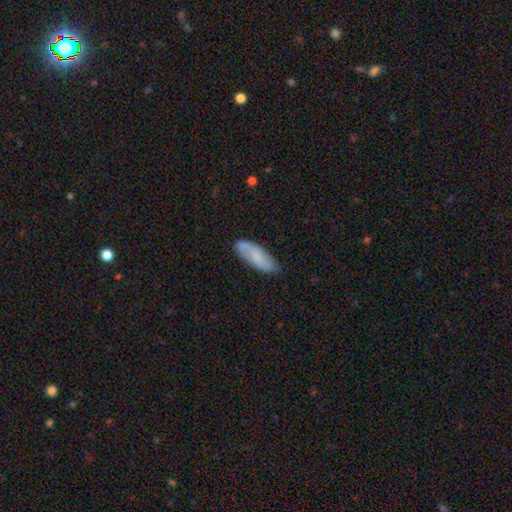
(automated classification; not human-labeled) Overall: smooth (65%; featured or disk 29%). How rounded: in between (63%; cigar-shaped 35%). Merging: none (78%).